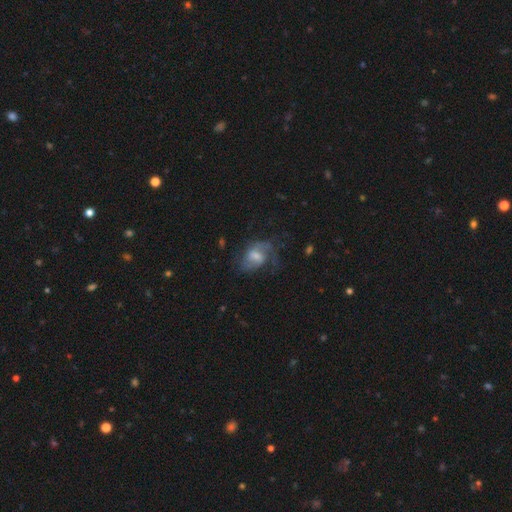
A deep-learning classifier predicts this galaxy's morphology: Overall: featured or disk (62%; smooth 29%). Edge-on disk: no (97%). Bar: weak (50%; no 37%). Spiral arms: yes (81%). Bulge size: moderate (41%; small 30%). Merging: none (44%; major disturbance 29%).